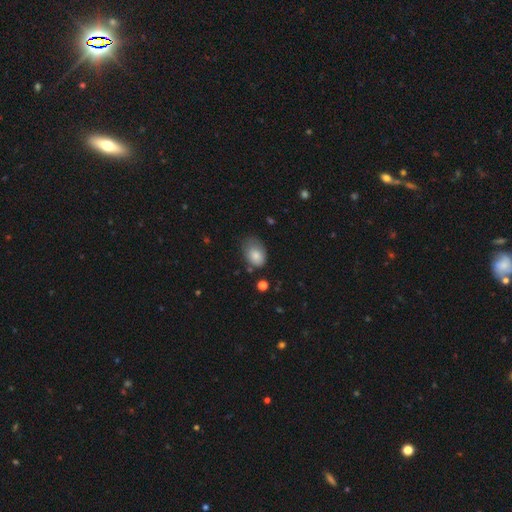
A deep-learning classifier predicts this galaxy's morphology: This appears to be a smooth galaxy with no disk features (82%) that is in between round and cigar-shaped (79%). Merging: none (46%).